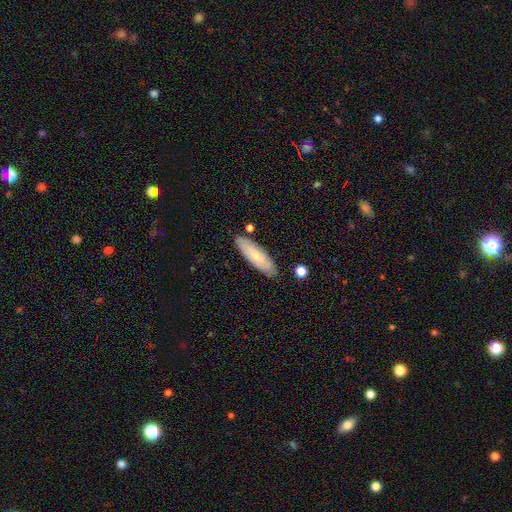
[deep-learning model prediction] Smooth or featured?
  - smooth: 63% *
  - featured or disk: 31%
  - star or artifact: 6%
How rounded?
  - cigar-shaped: 50% *
  - in between: 48%
  - round: 2%
Merging?
  - none: 82% *
  - minor disturbance: 13%
  - merger: 3%
  - major disturbance: 2%